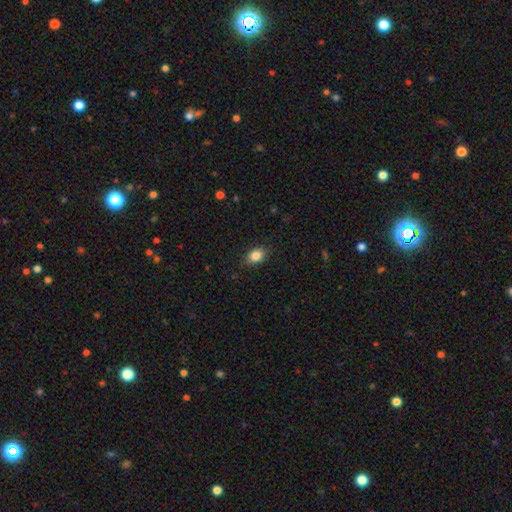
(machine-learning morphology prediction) Smooth or featured? Predicted: smooth (p=0.85). How rounded? Predicted: in between (p=0.71). Merging? Predicted: none (p=0.85).